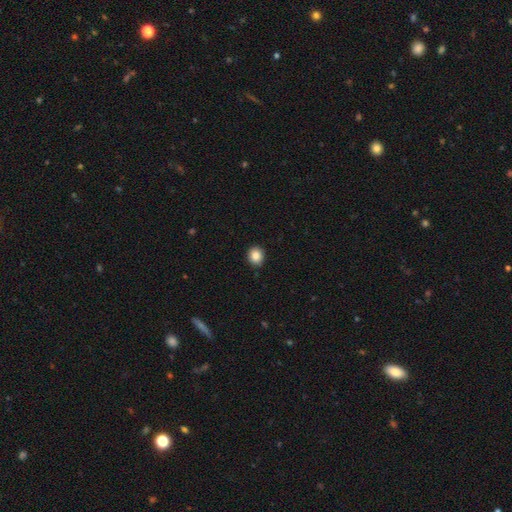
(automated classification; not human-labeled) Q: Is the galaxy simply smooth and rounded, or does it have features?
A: smooth — 86%.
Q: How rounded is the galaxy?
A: round — 72%.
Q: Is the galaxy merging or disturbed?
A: none — 90%.